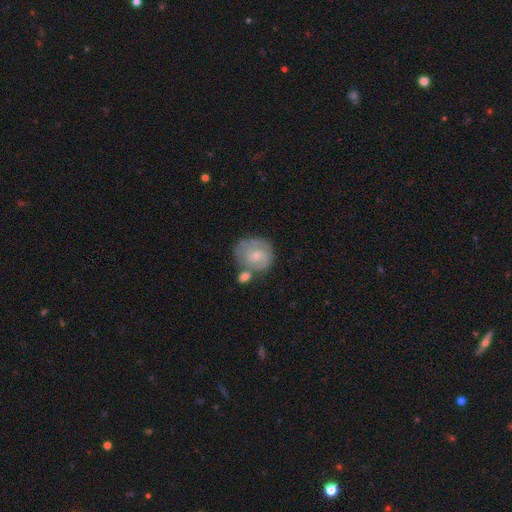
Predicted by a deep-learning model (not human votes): Overall: featured or disk (66%; smooth 28%). Edge-on disk: no (98%). Bar: no (64%; weak 31%). Spiral arms: yes (85%). Spiral arm count: 2 (49%; can't tell 28%). Spiral winding: tight (59%; medium 31%). Bulge size: small (48%; moderate 41%). Merging: none (47%; merger 24%).